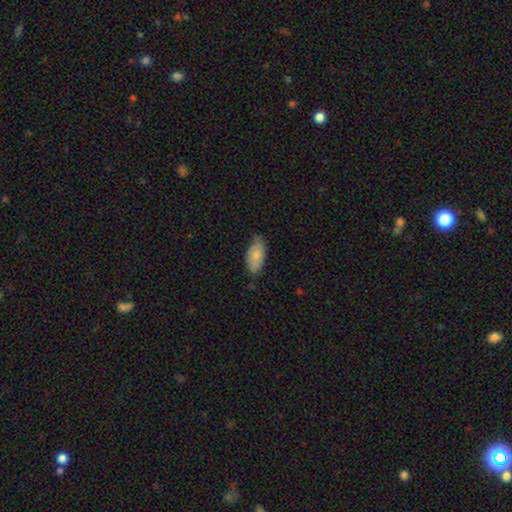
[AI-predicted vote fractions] A smooth galaxy with no disk features (79%) that is in between round and cigar-shaped (90%).

Vote fractions:
- Smooth or featured? smooth: 79% / featured or disk: 15% / star or artifact: 6%
- How rounded? in between: 90% / cigar-shaped: 7% / round: 2%
- Merging? none: 69% / minor disturbance: 26% / major disturbance: 4% / merger: 1%